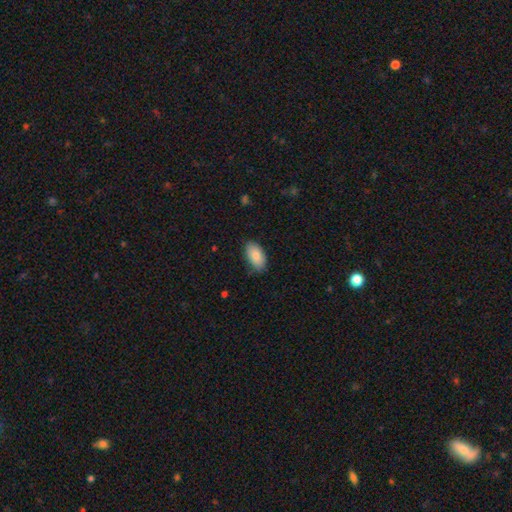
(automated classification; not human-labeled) smooth-or-featured: smooth: 86% | featured or disk: 8% | star or artifact: 6%
  how-rounded: in between: 95% | round: 3% | cigar-shaped: 2%
  merging: none: 79% | minor disturbance: 17% | major disturbance: 3% | merger: 1%